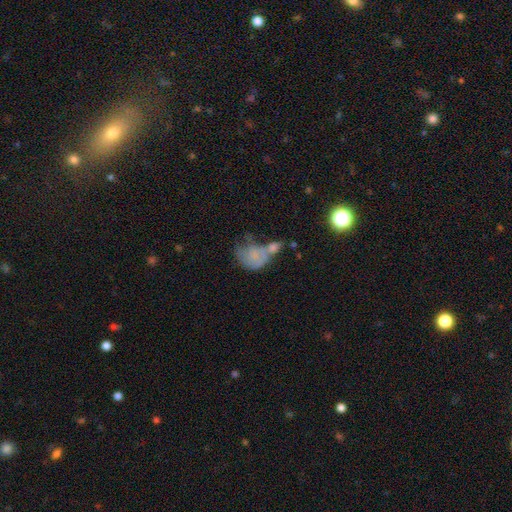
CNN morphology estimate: Q: Smooth or featured?
A: smooth (58%); runner-up: featured or disk (30%)
Q: How rounded?
A: in between (62%); runner-up: round (36%)
Q: Merging?
A: merger (42%); runner-up: major disturbance (26%)